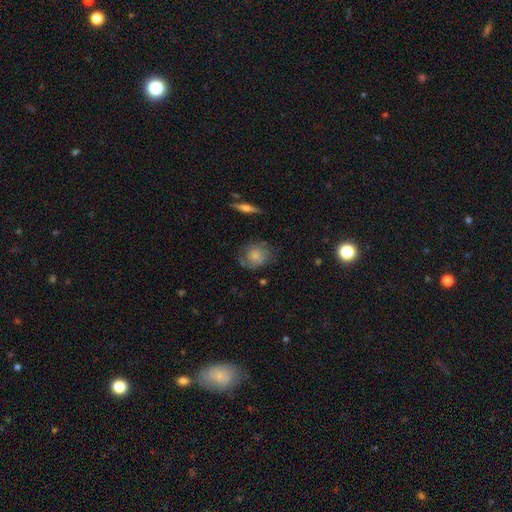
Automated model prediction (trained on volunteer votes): A smooth galaxy with no disk features (51%) that is round (62%). Merging: none (65%).